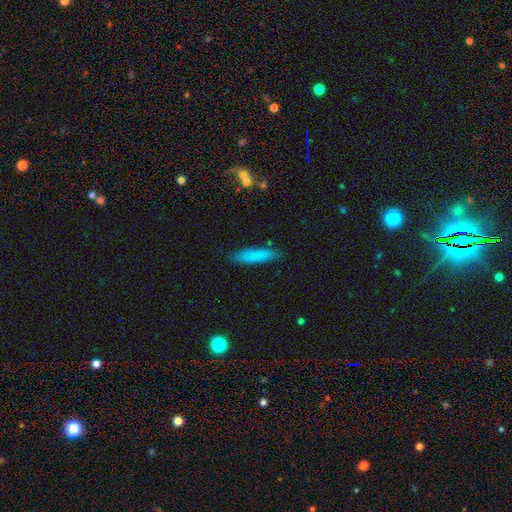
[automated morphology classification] Smooth or featured? Predicted: smooth (p=0.80). How rounded? Predicted: cigar-shaped (p=0.85). Merging? Predicted: none (p=0.86).